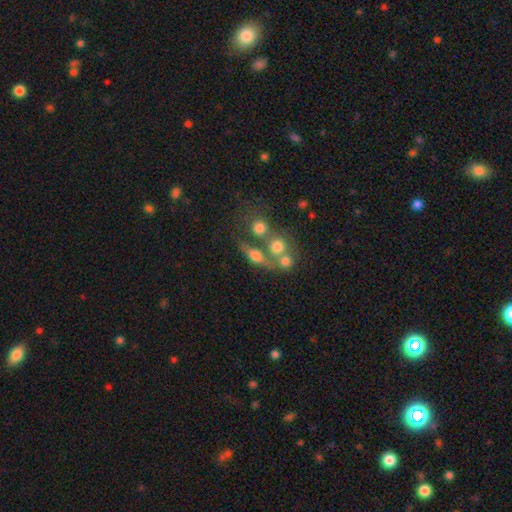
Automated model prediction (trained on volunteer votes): This appears to be a smooth galaxy with no disk features (61%) that is in between round and cigar-shaped (49%). Merging: none (43%).